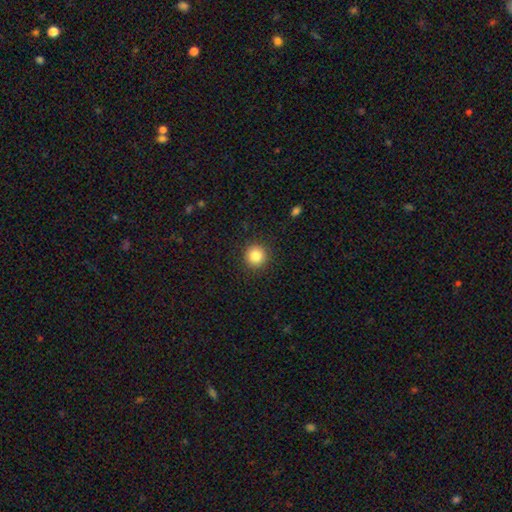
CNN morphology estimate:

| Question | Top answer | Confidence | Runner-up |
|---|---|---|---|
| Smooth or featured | smooth | 84% | star or artifact (10%) |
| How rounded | round | 94% | in between (5%) |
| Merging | none | 91% | minor disturbance (6%) |